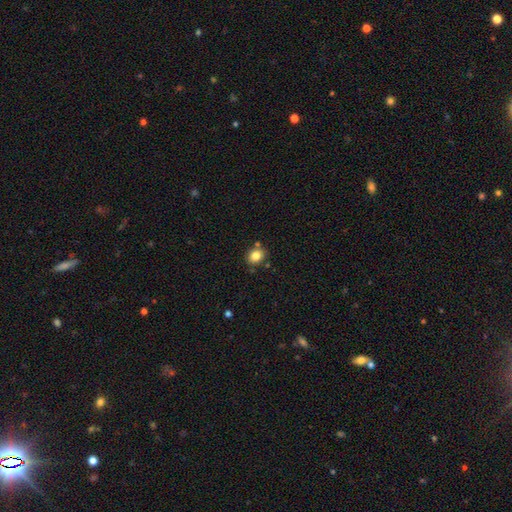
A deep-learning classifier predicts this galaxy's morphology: A smooth galaxy with no disk features (83%) that is round (51%).

Vote fractions:
- Smooth or featured? smooth: 83% / star or artifact: 10% / featured or disk: 7%
- How rounded? round: 51% / in between: 48% / cigar-shaped: 1%
- Merging? none: 78% / minor disturbance: 12% / merger: 8% / major disturbance: 3%